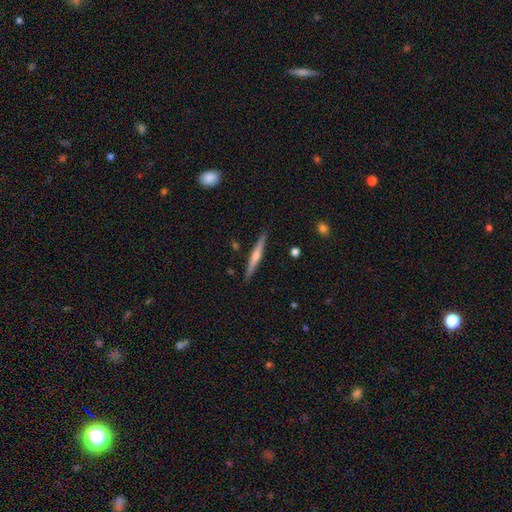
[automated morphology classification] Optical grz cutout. It shows a featured or disk galaxy (71%) viewed edge-on (98%) with a rounded central bulge (80%). Merging: none (91%).